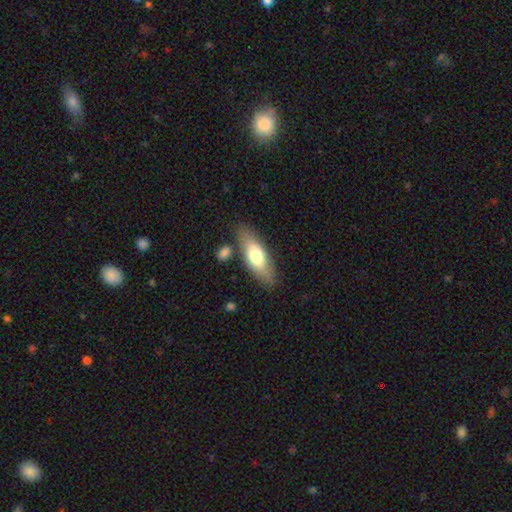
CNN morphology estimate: Q: Smooth or featured?
A: smooth (67%); runner-up: featured or disk (28%)
Q: How rounded?
A: in between (66%); runner-up: cigar-shaped (32%)
Q: Merging?
A: none (78%); runner-up: minor disturbance (12%)